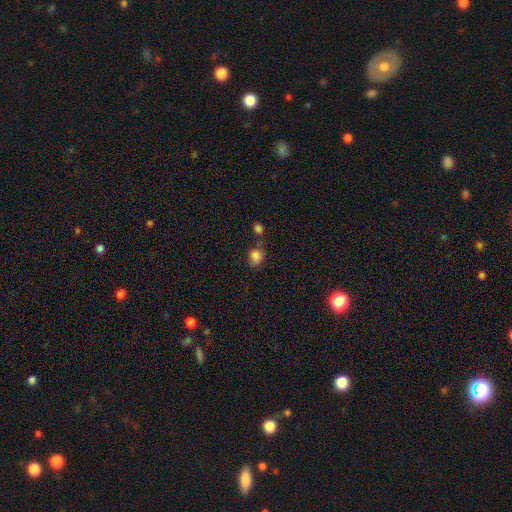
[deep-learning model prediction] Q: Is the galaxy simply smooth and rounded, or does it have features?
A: smooth — 80%.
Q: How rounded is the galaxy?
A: in between — 55%.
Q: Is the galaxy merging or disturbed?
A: none — 45%.